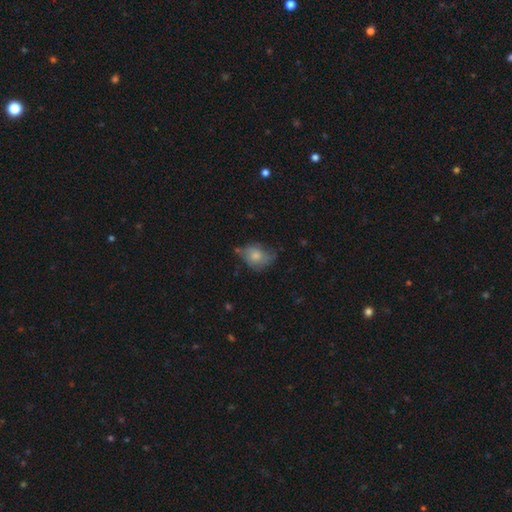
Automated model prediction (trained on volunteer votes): A smooth galaxy with no disk features (64%) that is in between round and cigar-shaped (61%). Merging: none (43%).